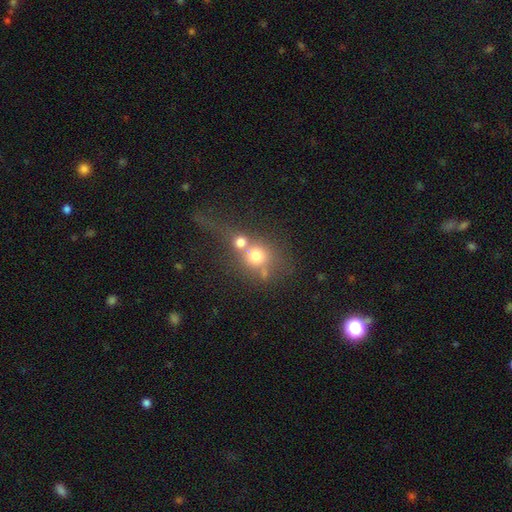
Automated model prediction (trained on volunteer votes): A smooth galaxy with no disk features (65%) that is round (80%). Merging: merger (57%).